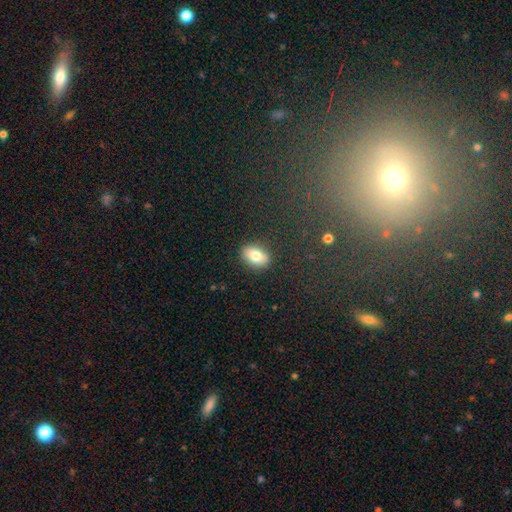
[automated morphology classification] Smooth or featured: smooth — 80% (featured or disk — 12%)
How rounded: in between — 82% (round — 16%)
Merging: none — 86% (minor disturbance — 10%)